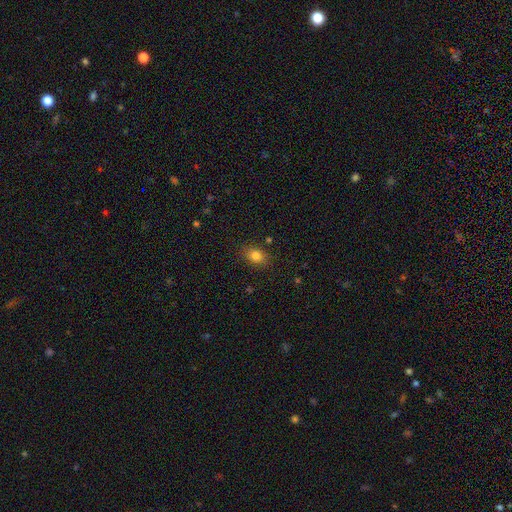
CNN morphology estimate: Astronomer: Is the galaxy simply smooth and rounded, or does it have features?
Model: smooth — 81%.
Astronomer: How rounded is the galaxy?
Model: in between — 68%.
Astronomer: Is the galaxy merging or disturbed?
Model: none — 84%.